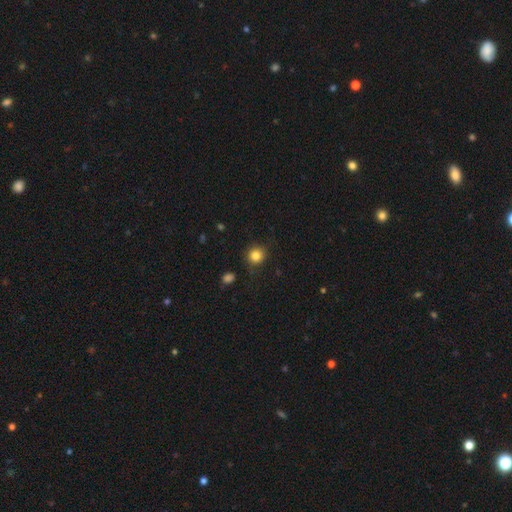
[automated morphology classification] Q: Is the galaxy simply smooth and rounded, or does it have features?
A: smooth — 84%.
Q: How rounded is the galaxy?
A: round — 88%.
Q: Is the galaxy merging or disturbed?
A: none — 85%.